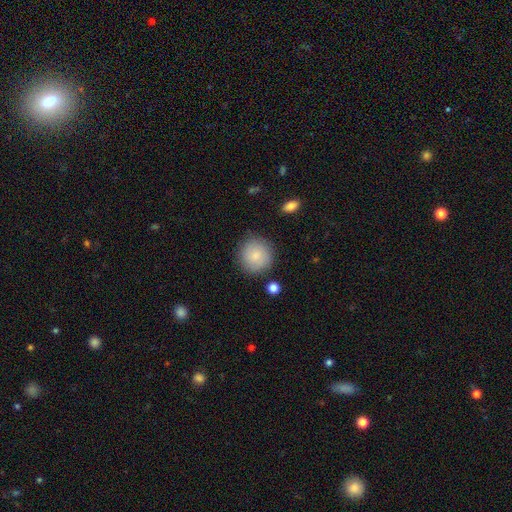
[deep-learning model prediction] smooth 83%, featured or disk 10%, star or artifact 7%. Down the decision tree: how rounded — round (92%); merging — none (84%).